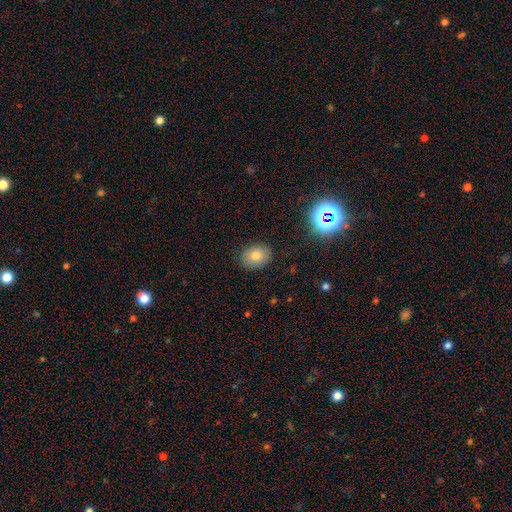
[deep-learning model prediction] Morphology: type=smooth (78%); roundness=in between (64%); merging=none (87%).